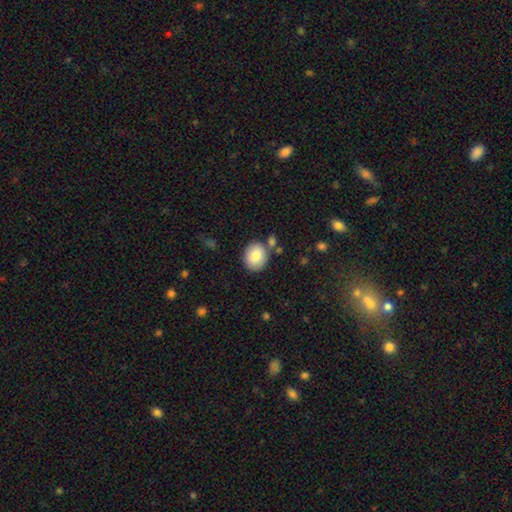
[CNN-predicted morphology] smooth_or_featured: smooth (p=0.82) [alt: featured or disk p=0.10]
how_rounded: round (p=0.61) [alt: in between p=0.38]
merging: none (p=0.77) [alt: minor disturbance p=0.11]